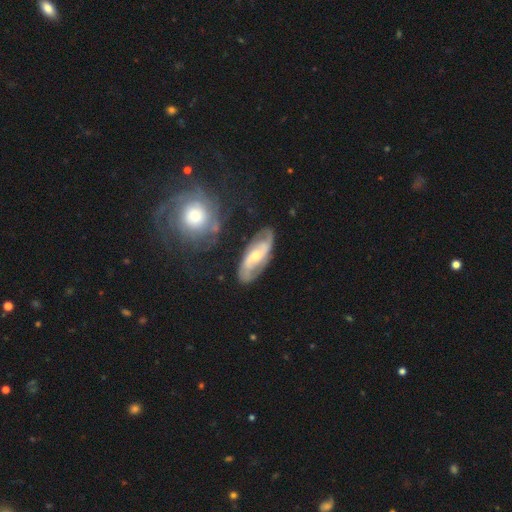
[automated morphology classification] Smooth or featured? featured or disk (77%)
Edge-on disk? no (91%)
Bar? no (43%)
Spiral arms? yes (90%)
Spiral winding? medium (42%)
Spiral arm count? 2 (75%)
Bulge size? small (50%)
Merging? none (75%)